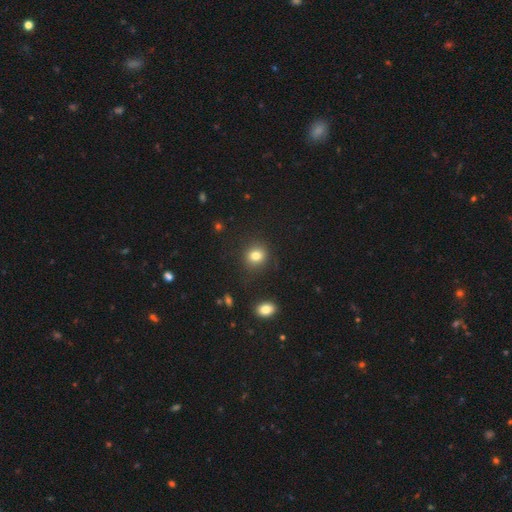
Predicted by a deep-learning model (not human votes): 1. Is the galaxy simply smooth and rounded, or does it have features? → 81% smooth, 12% star or artifact, 7% featured or disk.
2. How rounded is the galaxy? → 81% round, 19% in between, 1% cigar-shaped.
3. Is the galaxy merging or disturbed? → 86% none, 9% minor disturbance, 3% major disturbance, 2% merger.